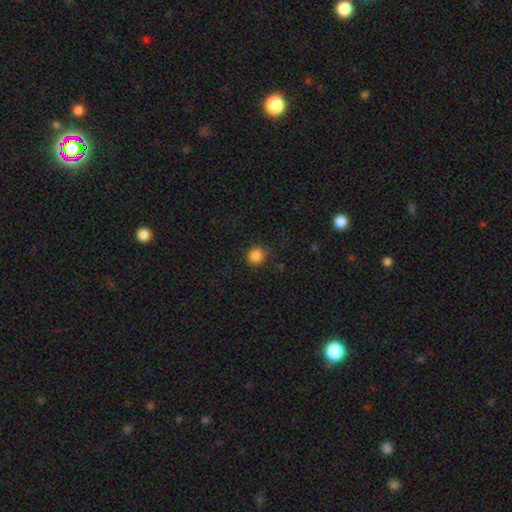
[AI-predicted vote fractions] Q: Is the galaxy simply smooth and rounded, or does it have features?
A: smooth — 85%.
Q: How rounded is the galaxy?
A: round — 88%.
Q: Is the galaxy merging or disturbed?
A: none — 81%.